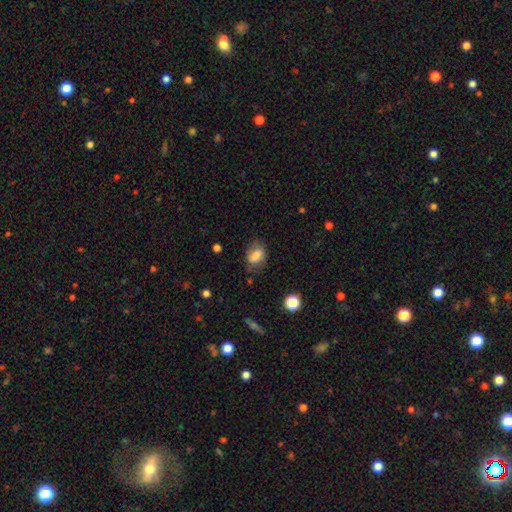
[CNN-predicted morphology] smooth 76%, featured or disk 15%, star or artifact 8%. Down the decision tree: how rounded — in between (81%); merging — none (66%).